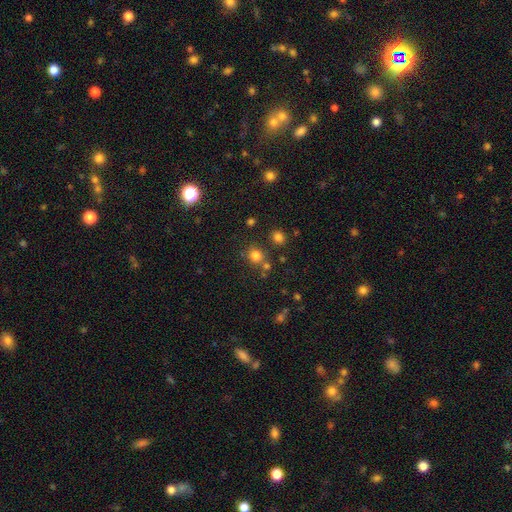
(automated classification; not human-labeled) Smooth or featured? Predicted: smooth (p=0.77). How rounded? Predicted: round (p=0.85). Merging? Predicted: none (p=0.72).